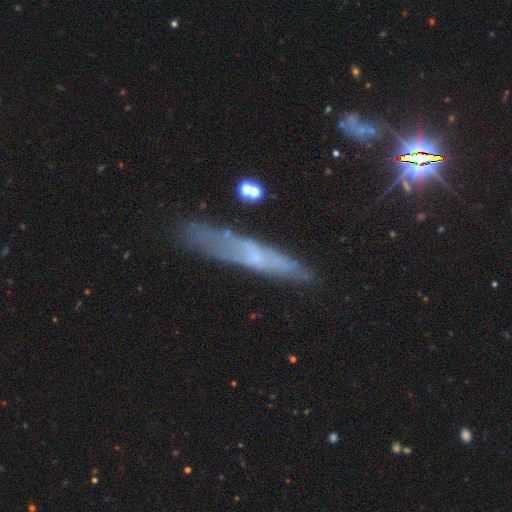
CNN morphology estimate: This is possibly a featured or disk galaxy (54%). It is likely viewed edge-on (67%). Merging: likely none (72%).